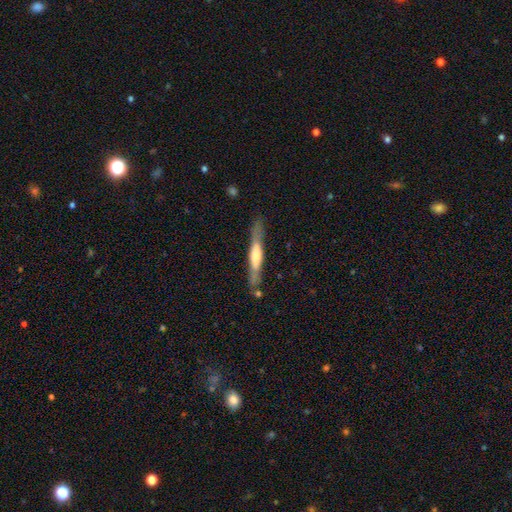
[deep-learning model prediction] featured or disk 57%, smooth 37%, star or artifact 5%. Down the decision tree: edge-on disk — yes (90%); edge-on bulge — rounded (64%); merging — none (81%).